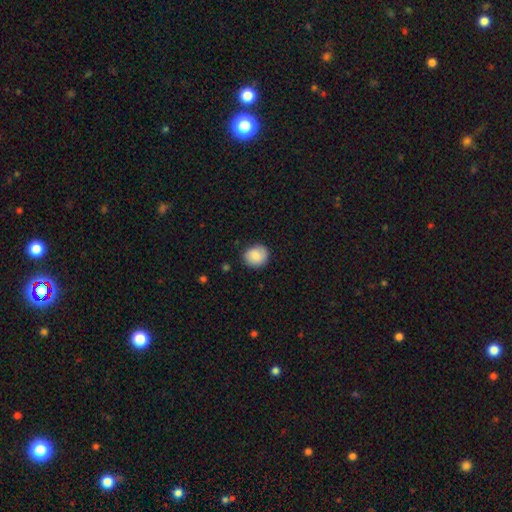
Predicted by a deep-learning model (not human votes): smooth_or_featured: smooth (p=0.85) [alt: featured or disk p=0.07]
how_rounded: round (p=0.80) [alt: in between p=0.19]
merging: none (p=0.81) [alt: minor disturbance p=0.14]